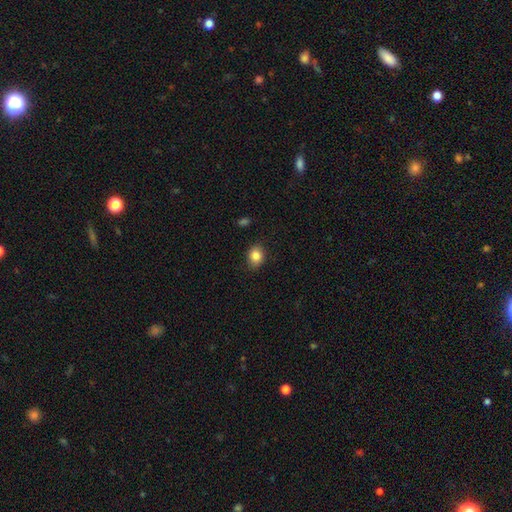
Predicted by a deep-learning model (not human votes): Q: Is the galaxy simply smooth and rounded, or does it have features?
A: smooth — 85%.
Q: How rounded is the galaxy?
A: round — 50%.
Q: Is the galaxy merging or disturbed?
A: none — 86%.